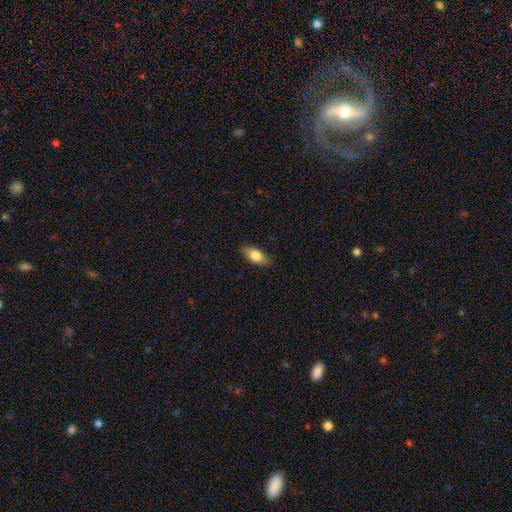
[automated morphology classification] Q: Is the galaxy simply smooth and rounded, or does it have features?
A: smooth — 78%.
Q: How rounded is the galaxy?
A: in between — 84%.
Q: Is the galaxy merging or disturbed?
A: none — 86%.